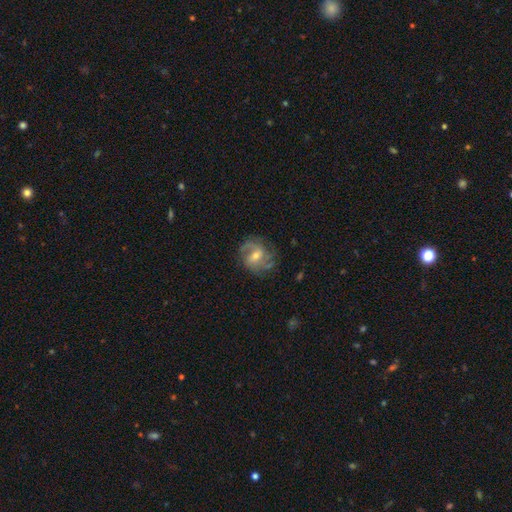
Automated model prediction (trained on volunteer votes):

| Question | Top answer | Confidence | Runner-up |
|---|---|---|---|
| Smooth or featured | featured or disk | 77% | smooth (15%) |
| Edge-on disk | no | 97% | yes (3%) |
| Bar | weak | 48% | no (38%) |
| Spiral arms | yes | 92% | no (8%) |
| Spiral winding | medium | 47% | loose (27%) |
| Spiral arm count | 2 | 40% | 3 (23%) |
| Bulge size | moderate | 51% | small (44%) |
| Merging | none | 72% | minor disturbance (17%) |